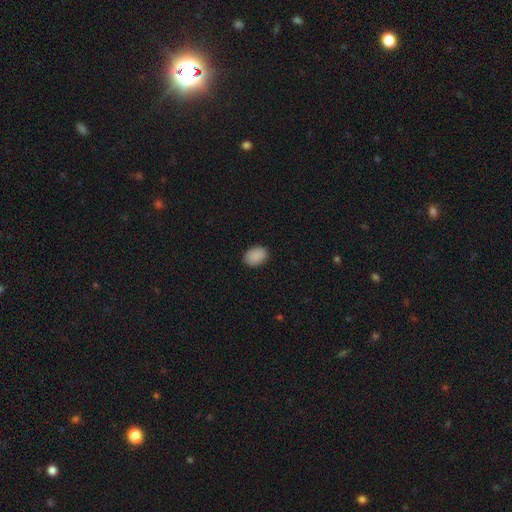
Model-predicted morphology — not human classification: smooth 89%, star or artifact 8%, featured or disk 3%. Down the decision tree: how rounded — in between (80%); merging — none (89%).